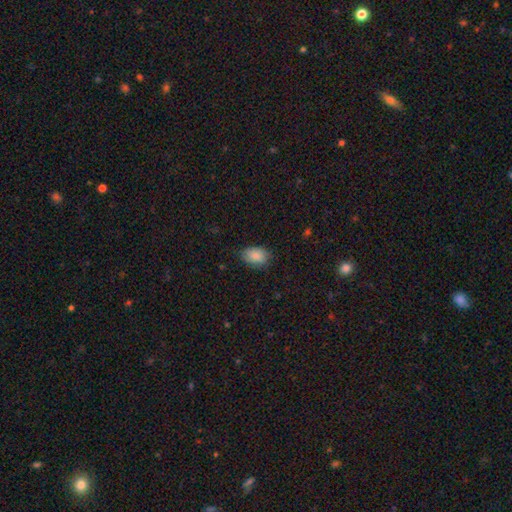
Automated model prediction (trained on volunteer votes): Overall: smooth (86%). How rounded: in between (86%). Merging: none (77%).